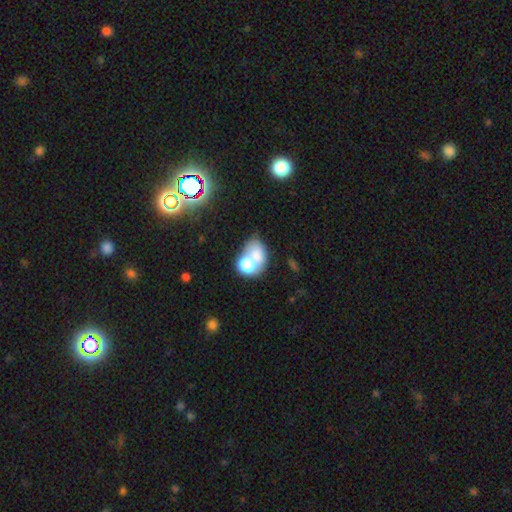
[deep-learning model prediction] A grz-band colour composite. It shows a smooth galaxy with no disk features (67%) that is in between round and cigar-shaped (66%). Merging: merger (53%).